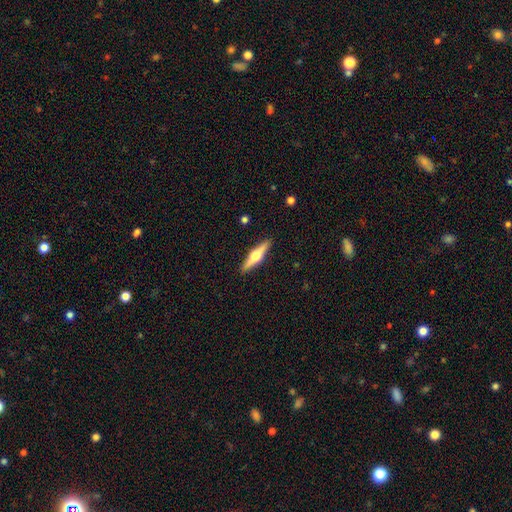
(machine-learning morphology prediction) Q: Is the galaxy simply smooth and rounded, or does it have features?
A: featured or disk — 63%.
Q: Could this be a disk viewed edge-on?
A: yes — 97%.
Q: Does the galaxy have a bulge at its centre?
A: rounded — 95%.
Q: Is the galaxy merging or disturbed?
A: none — 91%.